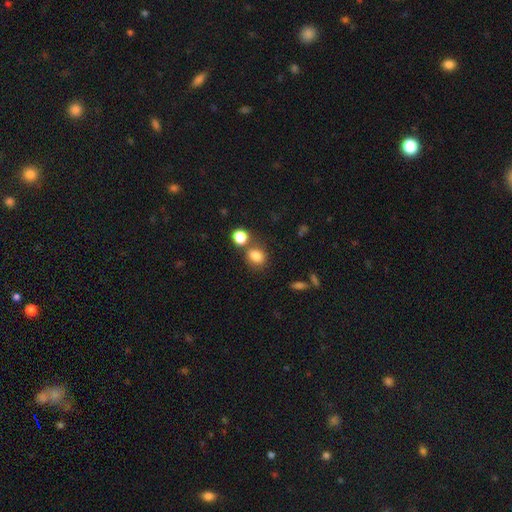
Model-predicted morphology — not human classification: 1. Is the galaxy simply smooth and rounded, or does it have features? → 83% smooth, 11% star or artifact, 6% featured or disk.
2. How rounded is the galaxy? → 52% in between, 46% round, 1% cigar-shaped.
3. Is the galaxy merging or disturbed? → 61% none, 21% merger, 13% minor disturbance, 5% major disturbance.